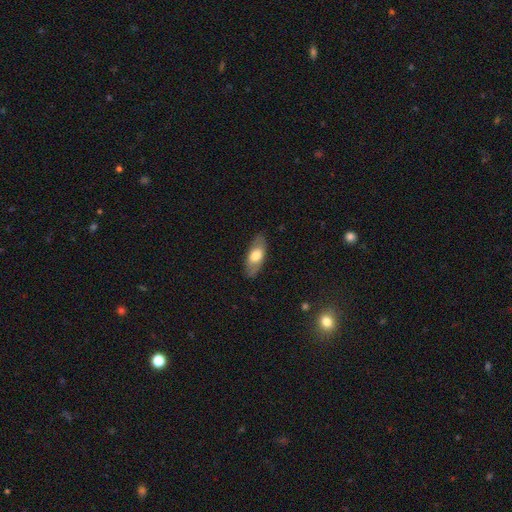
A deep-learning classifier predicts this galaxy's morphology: This is likely a smooth galaxy (63%). How rounded: clearly in between (83%). Merging: clearly none (83%).